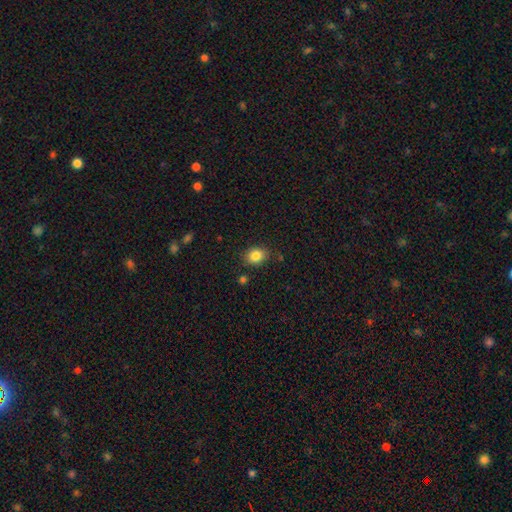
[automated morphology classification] Smooth or featured? smooth (85%)
How rounded? in between (54%)
Merging? none (83%)